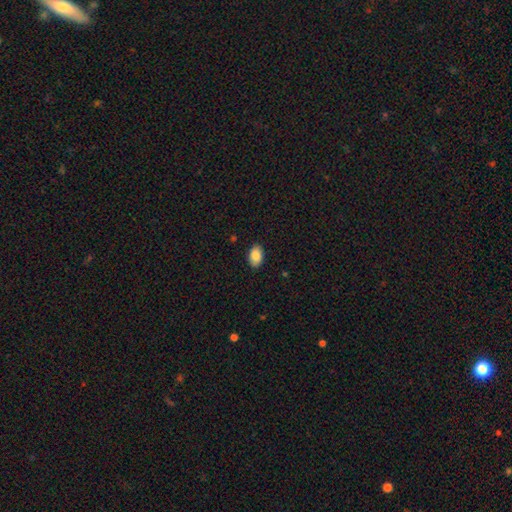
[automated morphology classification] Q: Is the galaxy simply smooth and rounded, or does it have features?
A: smooth — 88%.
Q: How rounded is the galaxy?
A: in between — 90%.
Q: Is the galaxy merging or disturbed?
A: none — 88%.